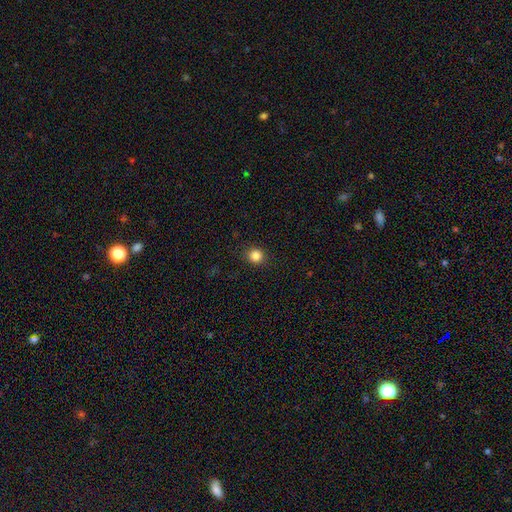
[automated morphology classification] A smooth galaxy with no disk features (84%) that is round (90%). Merging: none (90%).